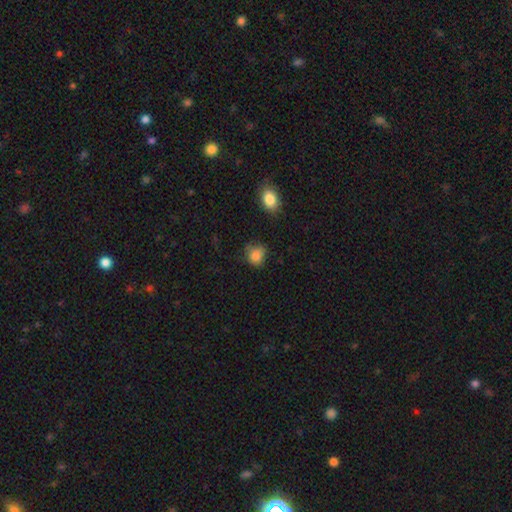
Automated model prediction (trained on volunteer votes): Morphology: type=smooth (81%); roundness=round (69%); merging=none (54%).